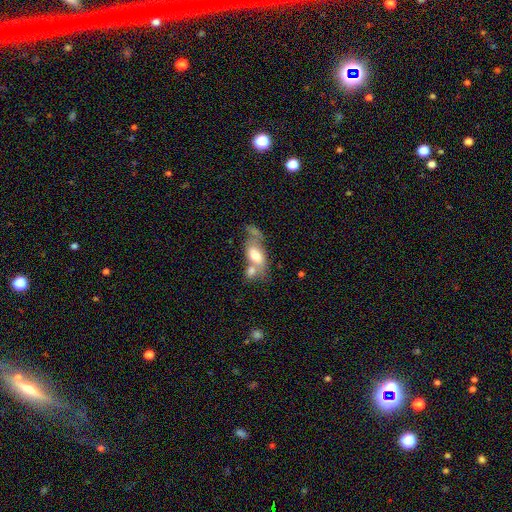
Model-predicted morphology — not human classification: This appears to be a smooth galaxy with no disk features (59%) that is in between round and cigar-shaped (84%). Merging: merger (56%).